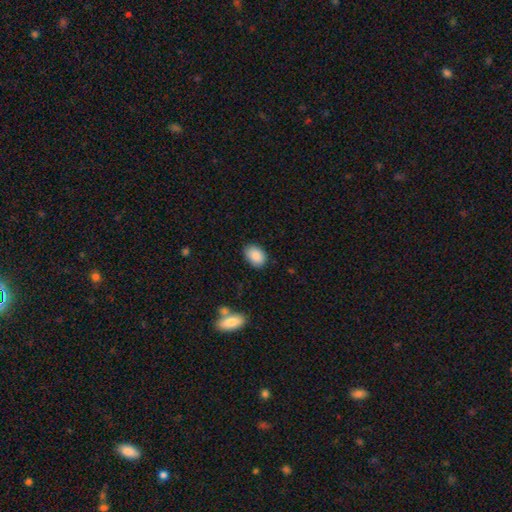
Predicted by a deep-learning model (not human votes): This appears to be a smooth galaxy with no disk features (88%) that is in between round and cigar-shaped (82%). Merging: none (85%).